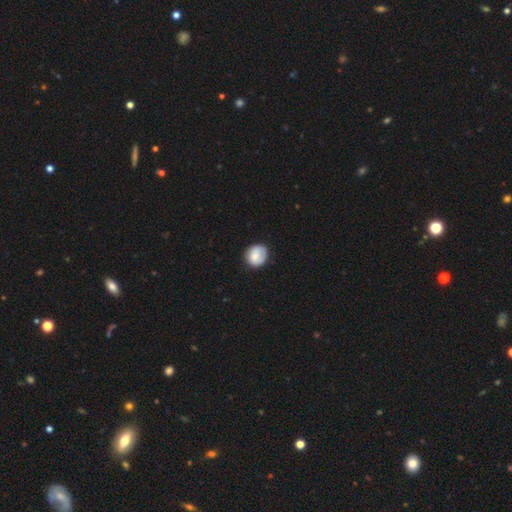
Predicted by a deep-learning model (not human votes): smooth-or-featured: smooth: 77% | featured or disk: 16% | star or artifact: 7%
  how-rounded: round: 78% | in between: 21% | cigar-shaped: 1%
  merging: none: 76% | minor disturbance: 19% | major disturbance: 4% | merger: 1%